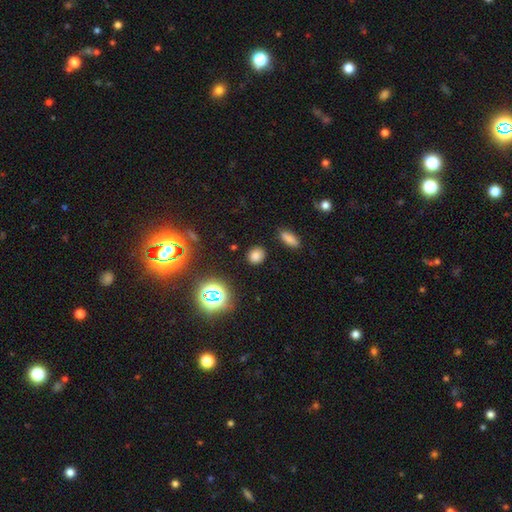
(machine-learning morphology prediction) Q: Smooth or featured?
A: smooth (76%); runner-up: star or artifact (19%)
Q: How rounded?
A: round (70%); runner-up: in between (28%)
Q: Merging?
A: none (87%); runner-up: minor disturbance (8%)